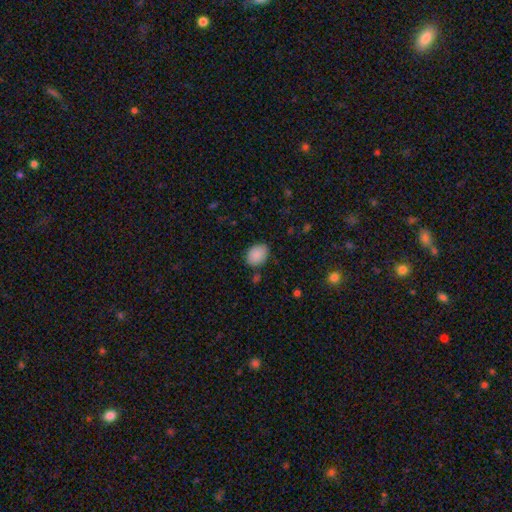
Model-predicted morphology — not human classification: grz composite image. It shows a smooth galaxy with no disk features (89%) that is in between round and cigar-shaped (68%). Merging: none (80%).